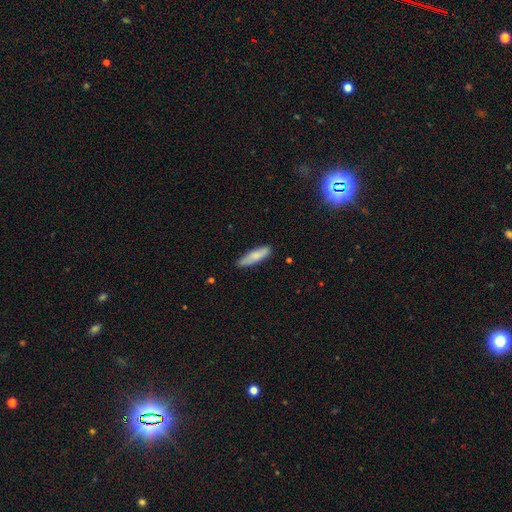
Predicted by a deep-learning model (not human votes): Q: Smooth or featured?
A: smooth (78%); runner-up: featured or disk (16%)
Q: How rounded?
A: cigar-shaped (65%); runner-up: in between (34%)
Q: Merging?
A: none (85%); runner-up: minor disturbance (12%)